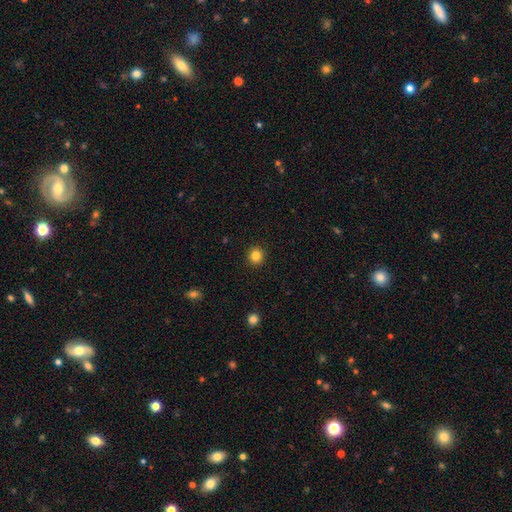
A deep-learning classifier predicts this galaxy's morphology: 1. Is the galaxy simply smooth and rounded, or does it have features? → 84% smooth, 11% star or artifact, 5% featured or disk.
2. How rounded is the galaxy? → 93% round, 6% in between, 1% cigar-shaped.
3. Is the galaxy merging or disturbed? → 93% none, 5% minor disturbance, 2% major disturbance, 1% merger.